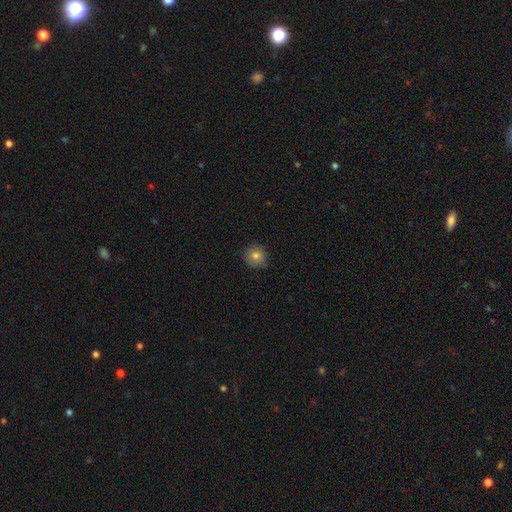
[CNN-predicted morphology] This is likely a smooth galaxy (80%). How rounded: clearly round (90%). Merging: clearly none (82%).